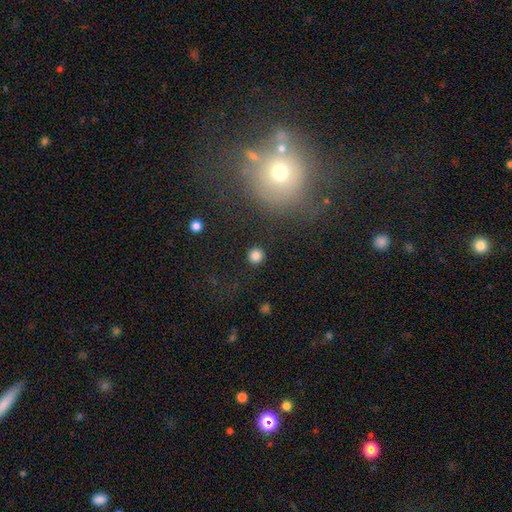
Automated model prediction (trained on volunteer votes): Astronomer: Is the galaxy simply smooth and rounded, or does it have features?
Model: smooth — 84%.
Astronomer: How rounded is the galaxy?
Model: round — 95%.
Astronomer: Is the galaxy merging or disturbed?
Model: none — 91%.